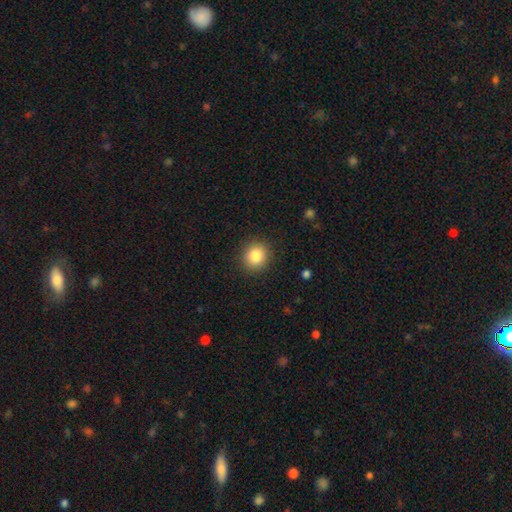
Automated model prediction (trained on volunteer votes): Smooth or featured? Predicted: smooth (p=0.84). How rounded? Predicted: round (p=0.84). Merging? Predicted: none (p=0.90).